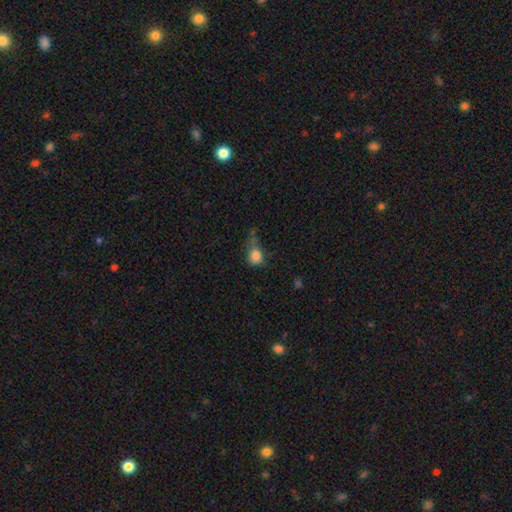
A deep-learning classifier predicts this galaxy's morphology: Overall: smooth (82%). How rounded: round (60%; in between 38%). Merging: none (39%; minor disturbance 30%).